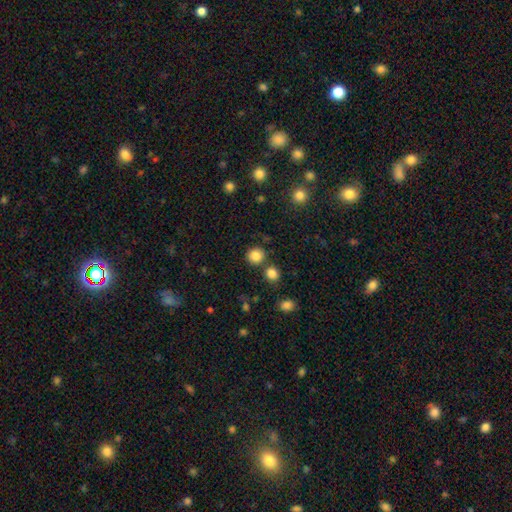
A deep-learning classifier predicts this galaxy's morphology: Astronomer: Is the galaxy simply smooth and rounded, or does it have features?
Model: smooth — 85%.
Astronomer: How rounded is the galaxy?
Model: round — 90%.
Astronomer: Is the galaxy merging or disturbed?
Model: none — 79%.